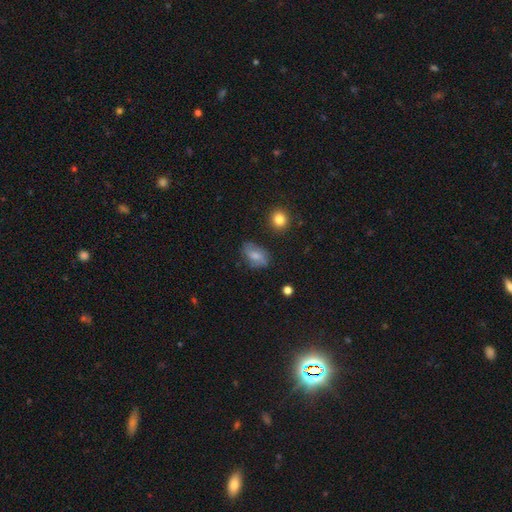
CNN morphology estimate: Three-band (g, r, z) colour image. It shows a smooth galaxy with no disk features (71%) that is in between round and cigar-shaped (88%). Merging: none (72%).